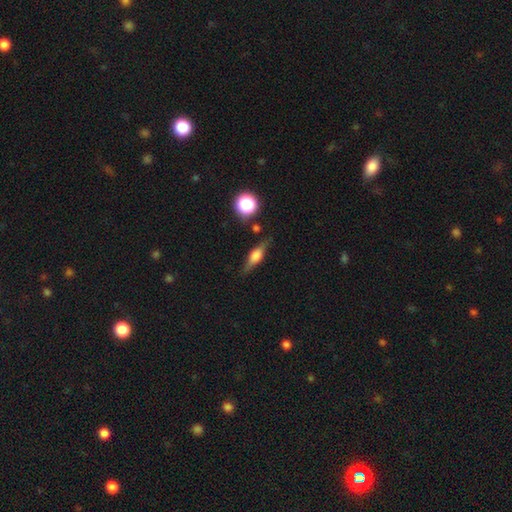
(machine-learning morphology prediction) This is possibly a featured or disk galaxy (55%). It is clearly viewed edge-on (93%). Edge-on bulge: clearly rounded (84%). Merging: likely none (78%).